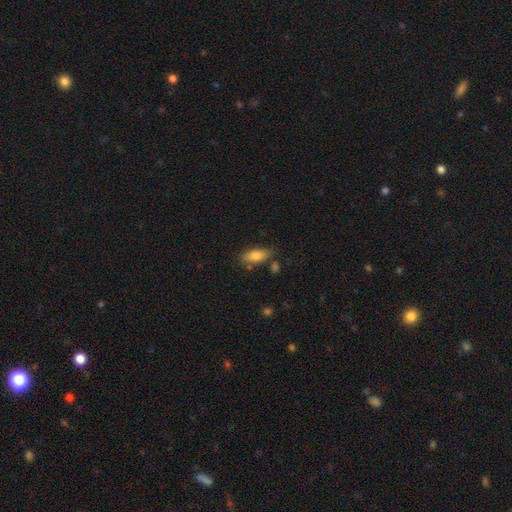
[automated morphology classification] This is clearly a smooth galaxy (80%). How rounded: clearly in between (81%). Merging: likely none (71%).